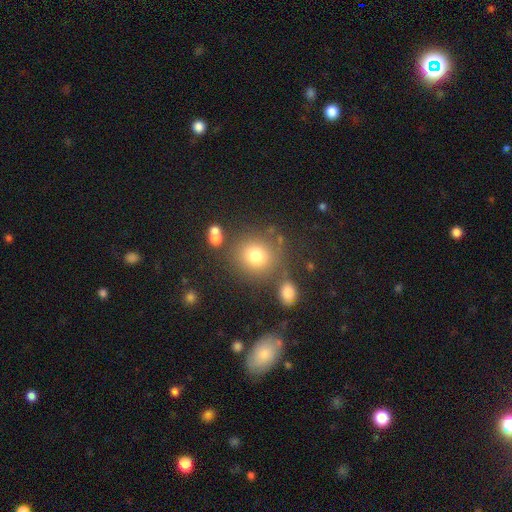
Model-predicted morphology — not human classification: smooth 77%, star or artifact 14%, featured or disk 10%. Down the decision tree: how rounded — round (86%); merging — none (73%).